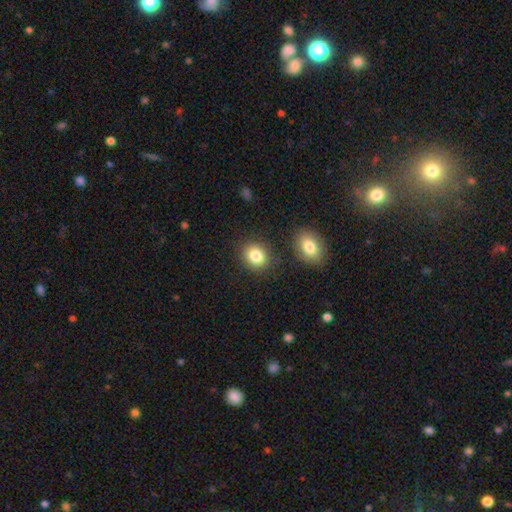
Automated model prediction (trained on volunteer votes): This appears to be a smooth galaxy with no disk features (84%) that is round (63%). Merging: none (81%).